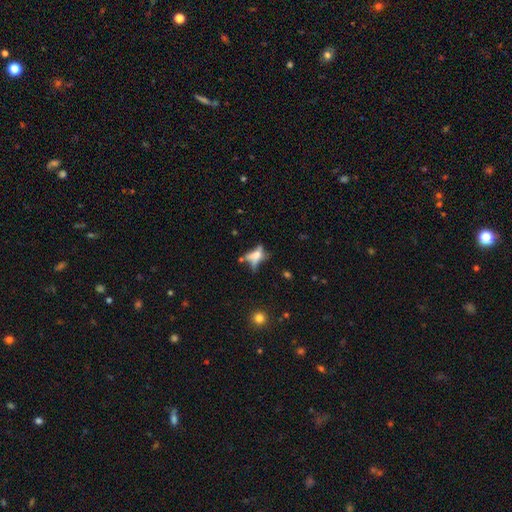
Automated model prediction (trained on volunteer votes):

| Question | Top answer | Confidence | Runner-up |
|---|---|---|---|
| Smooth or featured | smooth | 42% | featured or disk (41%) |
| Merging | none | 38% | merger (23%) |